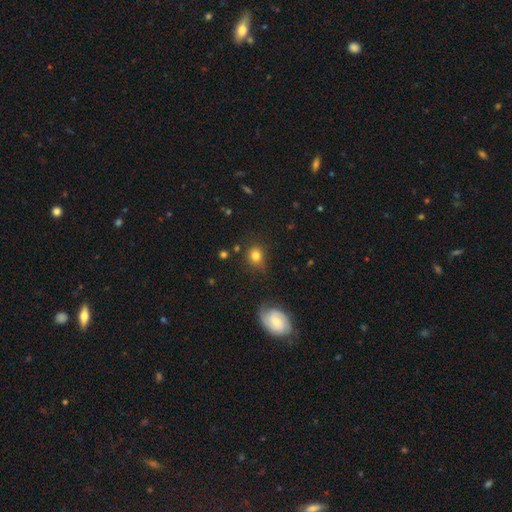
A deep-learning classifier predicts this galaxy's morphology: smooth-or-featured: smooth: 79% | star or artifact: 11% | featured or disk: 10%
  how-rounded: round: 70% | in between: 29% | cigar-shaped: 1%
  merging: none: 73% | minor disturbance: 18% | major disturbance: 6% | merger: 3%